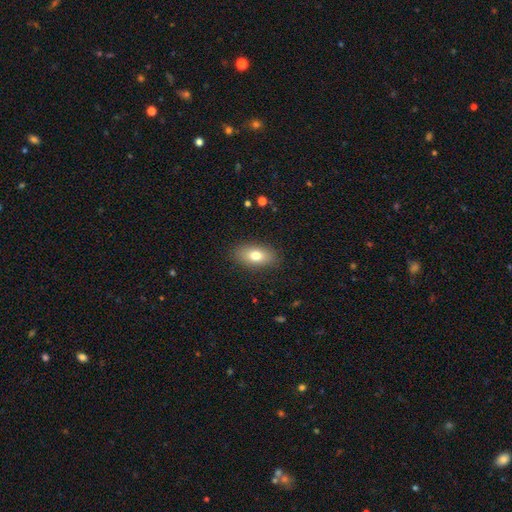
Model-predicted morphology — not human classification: Smooth or featured? Predicted: smooth (p=0.76). How rounded? Predicted: in between (p=0.87). Merging? Predicted: none (p=0.87).